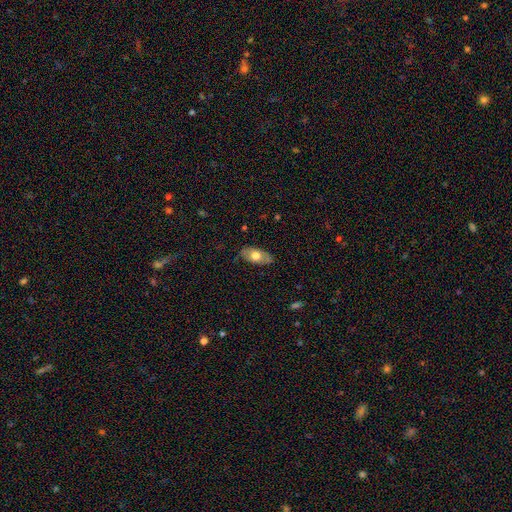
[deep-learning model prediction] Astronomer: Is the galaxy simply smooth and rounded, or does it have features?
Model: smooth — 61%.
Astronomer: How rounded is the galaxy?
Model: in between — 90%.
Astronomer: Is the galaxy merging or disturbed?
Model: none — 82%.